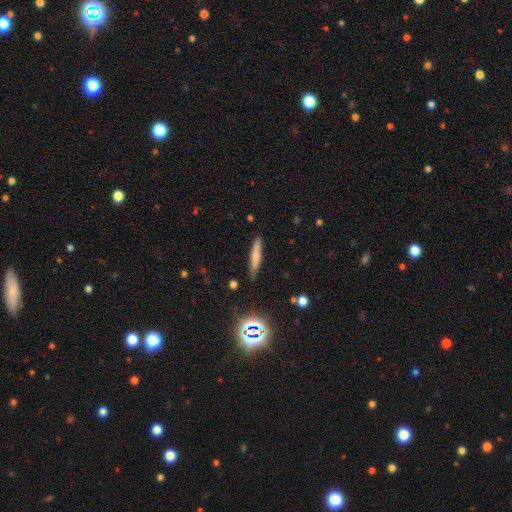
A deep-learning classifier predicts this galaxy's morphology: This appears to be a smooth galaxy with no disk features (66%) that is cigar-shaped (92%). Merging: none (84%).